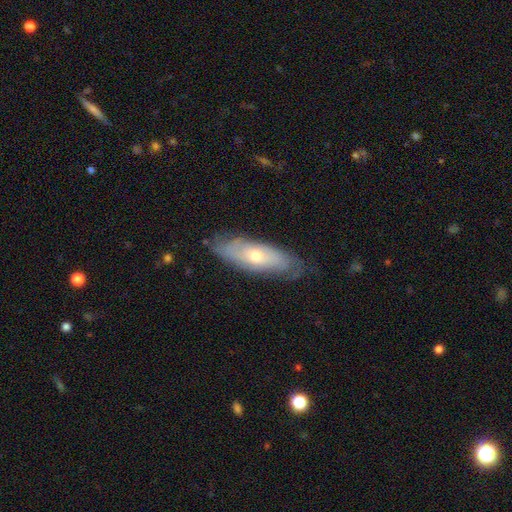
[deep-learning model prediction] smooth-or-featured: featured or disk: 55% | smooth: 38% | star or artifact: 7%
  disk-edge-on: no: 67% | yes: 33%
  merging: none: 74% | minor disturbance: 20% | major disturbance: 5% | merger: 1%